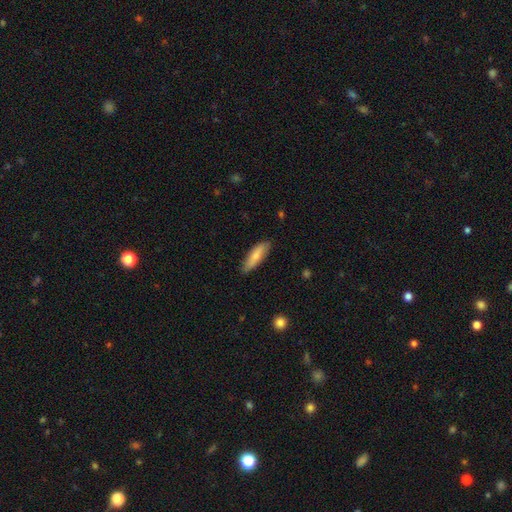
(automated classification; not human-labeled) A smooth galaxy with no disk features (75%) that is cigar-shaped (58%).

Vote fractions:
- Smooth or featured? smooth: 75% / featured or disk: 19% / star or artifact: 6%
- How rounded? cigar-shaped: 58% / in between: 41% / round: 2%
- Merging? none: 82% / minor disturbance: 14% / major disturbance: 2% / merger: 1%